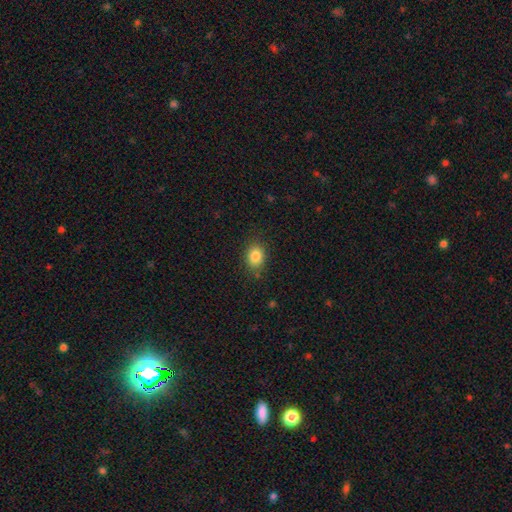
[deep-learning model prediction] Smooth or featured: smooth — 85% (star or artifact — 10%)
How rounded: in between — 59% (round — 40%)
Merging: none — 83% (minor disturbance — 12%)